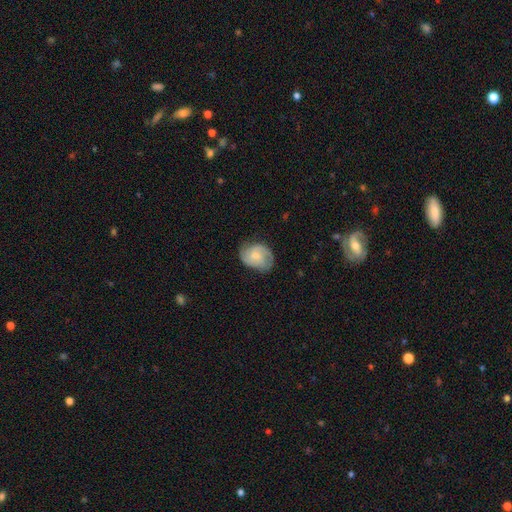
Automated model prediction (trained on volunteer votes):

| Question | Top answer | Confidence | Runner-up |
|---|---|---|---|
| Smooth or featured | featured or disk | 56% | smooth (37%) |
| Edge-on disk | no | 97% | yes (3%) |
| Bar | no | 56% | weak (38%) |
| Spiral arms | yes | 90% | no (10%) |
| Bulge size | small | 42% | moderate (35%) |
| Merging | none | 68% | minor disturbance (23%) |